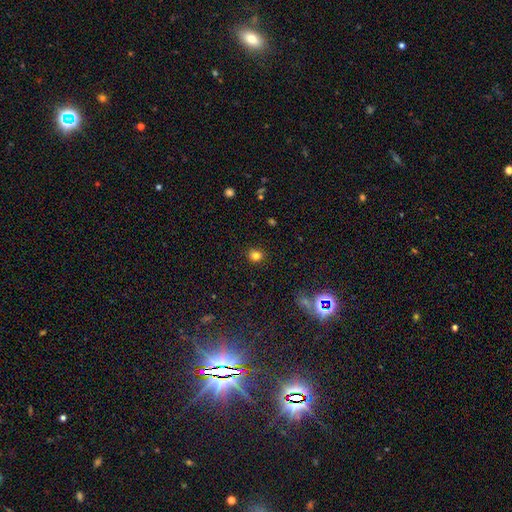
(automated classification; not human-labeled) This appears to be a smooth galaxy with no disk features (80%) that is round (81%). Merging: none (89%).